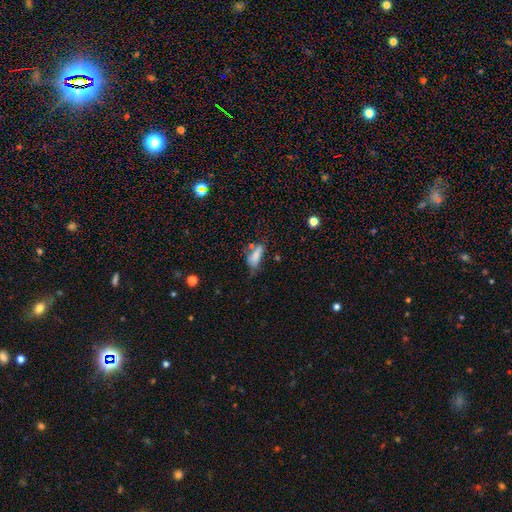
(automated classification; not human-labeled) This appears to be a smooth galaxy with no disk features (74%) that is in between round and cigar-shaped (69%). Merging: none (40%).